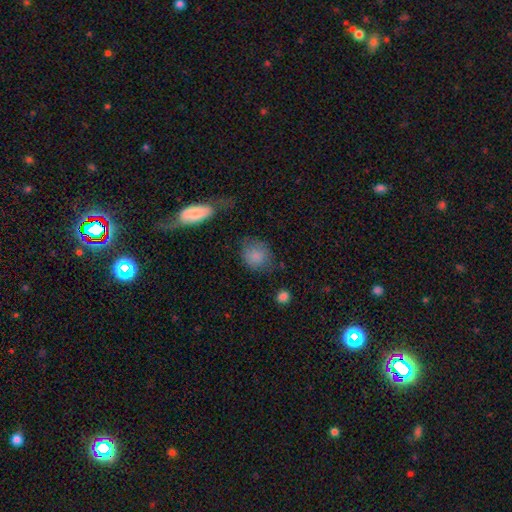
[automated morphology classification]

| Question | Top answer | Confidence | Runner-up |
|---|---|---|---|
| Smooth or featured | smooth | 82% | featured or disk (9%) |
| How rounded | round | 70% | in between (29%) |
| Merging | none | 61% | minor disturbance (24%) |